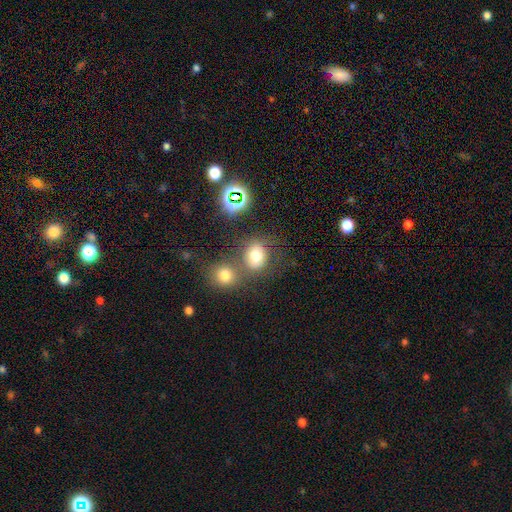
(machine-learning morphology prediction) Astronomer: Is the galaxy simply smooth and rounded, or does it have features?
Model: smooth — 70%.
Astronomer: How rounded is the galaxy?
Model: round — 69%.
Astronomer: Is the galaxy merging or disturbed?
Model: none — 57%.